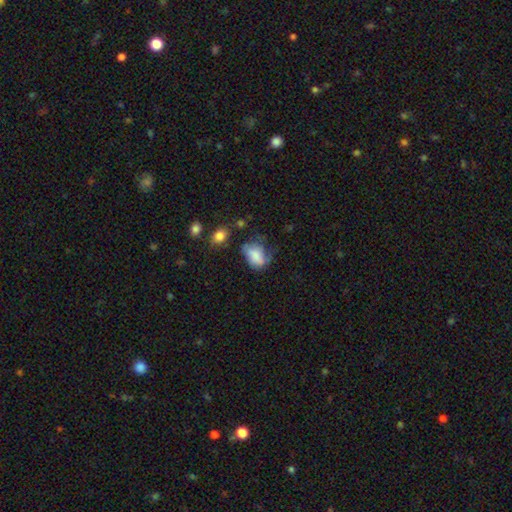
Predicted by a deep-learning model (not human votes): smooth-or-featured: smooth: 72% | featured or disk: 19% | star or artifact: 9%
  how-rounded: in between: 78% | round: 20% | cigar-shaped: 2%
  merging: none: 35% | minor disturbance: 33% | major disturbance: 27% | merger: 5%